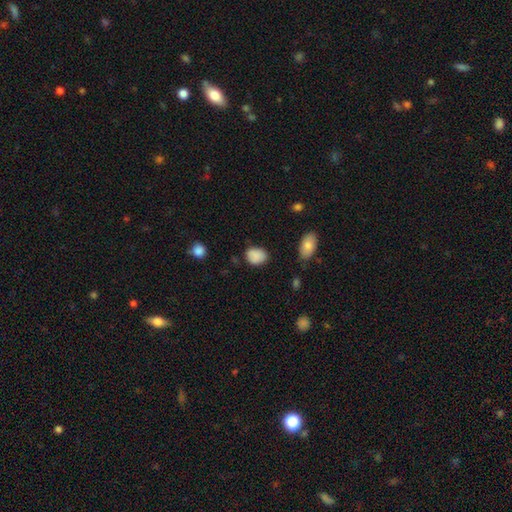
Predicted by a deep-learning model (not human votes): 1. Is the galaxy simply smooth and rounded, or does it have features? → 87% smooth, 9% star or artifact, 4% featured or disk.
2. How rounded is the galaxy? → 60% in between, 39% round, 1% cigar-shaped.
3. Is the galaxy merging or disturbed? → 74% none, 19% minor disturbance, 4% major disturbance, 2% merger.